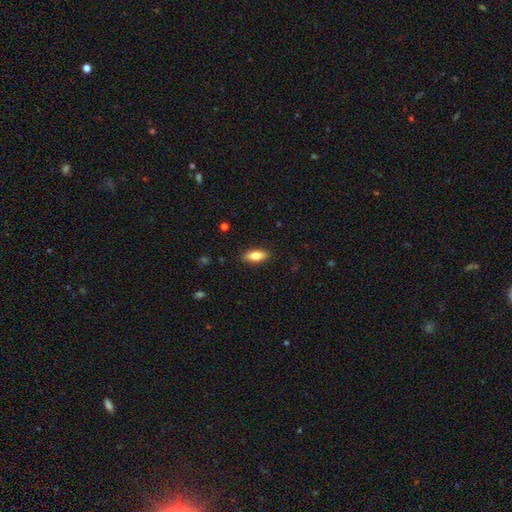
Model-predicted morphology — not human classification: Smooth or featured: smooth — 79% (featured or disk — 14%)
How rounded: in between — 81% (cigar-shaped — 17%)
Merging: none — 87% (minor disturbance — 9%)